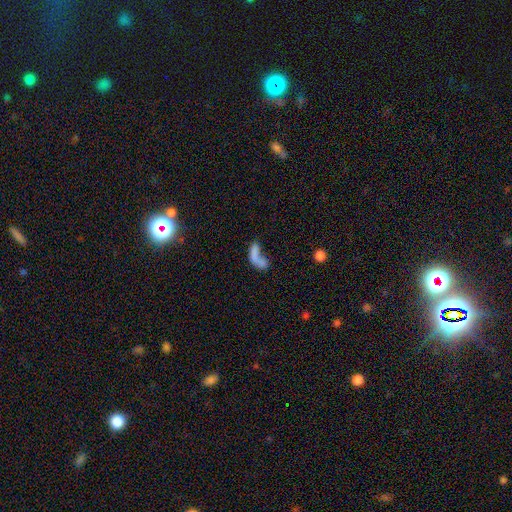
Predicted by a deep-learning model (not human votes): This appears to be a smooth galaxy with no disk features (61%) that is in between round and cigar-shaped (69%). Merging: merger (43%).